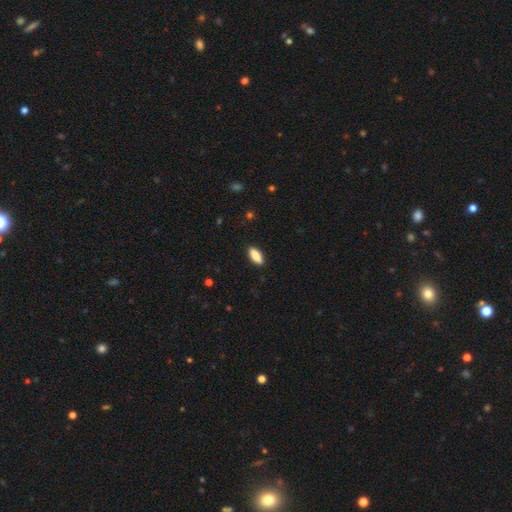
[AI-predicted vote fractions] smooth-or-featured: smooth: 87% | featured or disk: 7% | star or artifact: 6%
  how-rounded: in between: 70% | cigar-shaped: 28% | round: 2%
  merging: none: 89% | minor disturbance: 8% | major disturbance: 2% | merger: 1%